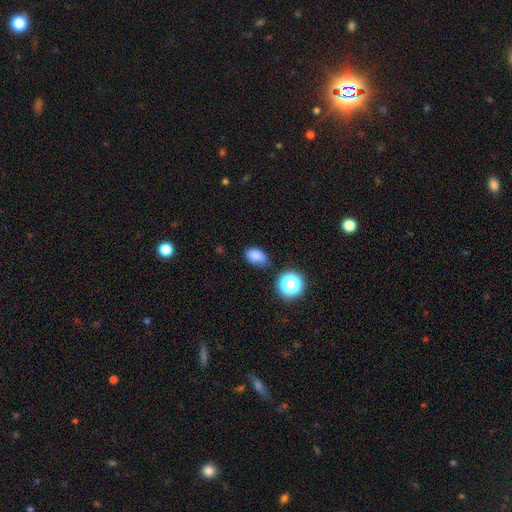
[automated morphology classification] type=smooth (82%); roundness=in between (79%); merging=none (74%).